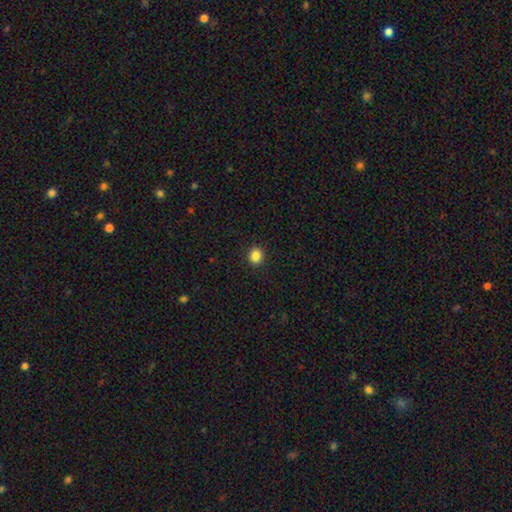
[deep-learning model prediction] A smooth galaxy with no disk features (85%) that is round (81%). Merging: none (92%).